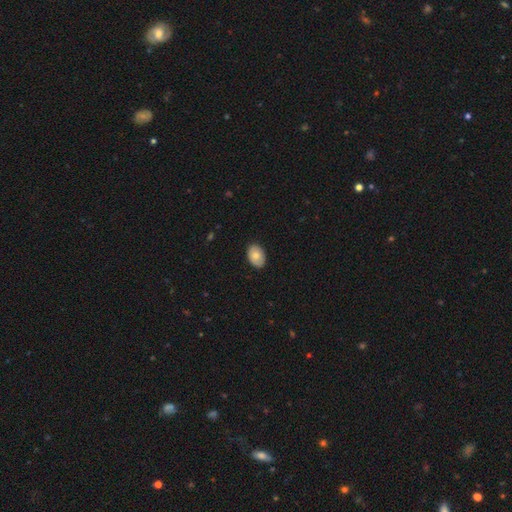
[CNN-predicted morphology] Q: Smooth or featured?
A: smooth (73%); runner-up: featured or disk (21%)
Q: How rounded?
A: in between (84%); runner-up: round (15%)
Q: Merging?
A: none (86%); runner-up: minor disturbance (11%)